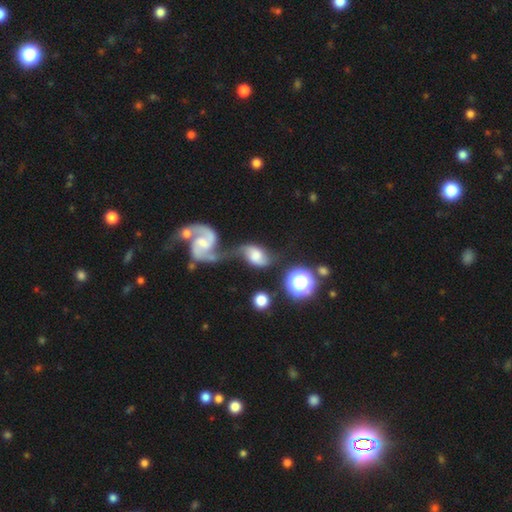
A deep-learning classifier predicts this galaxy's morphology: Smooth or featured? Predicted: featured or disk (p=0.53). Edge-on disk? Predicted: no (p=0.96). Bar? Predicted: no (p=0.47). Spiral arms? Predicted: yes (p=0.86). Bulge size? Predicted: moderate (p=0.35). Merging? Predicted: merger (p=0.53).